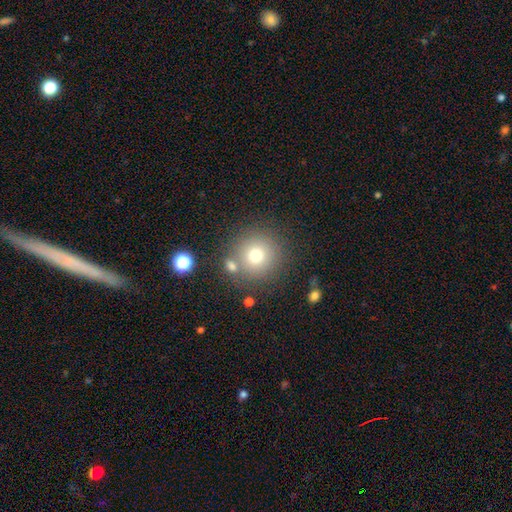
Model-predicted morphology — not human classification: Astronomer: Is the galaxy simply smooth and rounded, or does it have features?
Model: smooth — 73%.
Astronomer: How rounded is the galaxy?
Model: round — 94%.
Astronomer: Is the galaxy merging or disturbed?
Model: none — 76%.